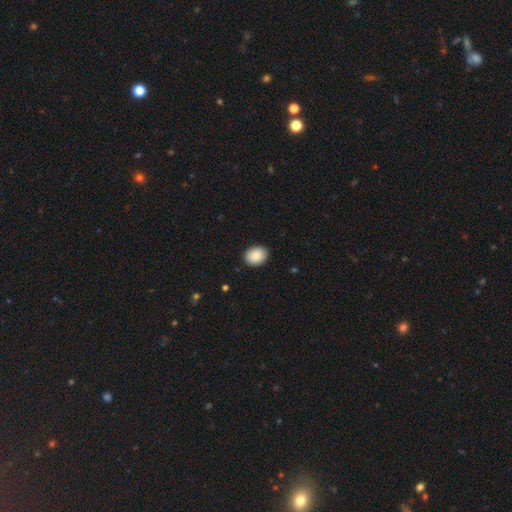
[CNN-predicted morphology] smooth 88%, star or artifact 7%, featured or disk 5%. Down the decision tree: how rounded — in between (57%); merging — none (89%).